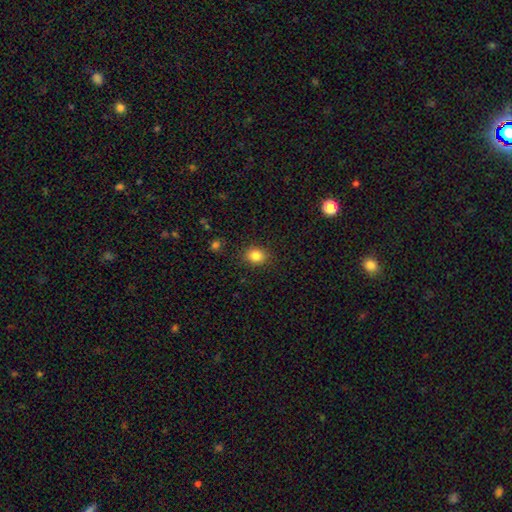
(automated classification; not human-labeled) The model was most divided on "how rounded": round: 56%, in between: 43%, cigar-shaped: 1%. More confident: merging — none (87%); smooth or featured — smooth (85%).